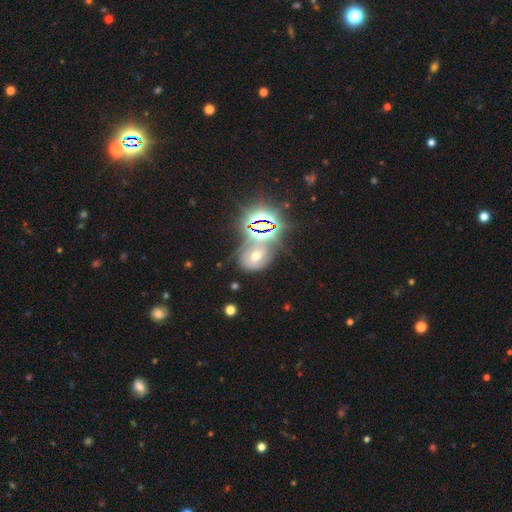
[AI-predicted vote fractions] Smooth or featured? Predicted: star or artifact (p=0.52).